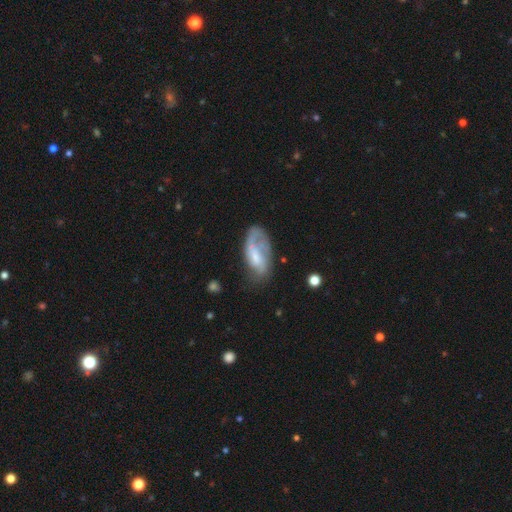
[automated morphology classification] This is possibly a featured or disk galaxy (59%). It is clearly not viewed edge-on (93%). Bar: marginally weak (44%). Spiral arm pattern: likely yes (78%). Central bulge: marginally small (43%). Merging: possibly none (46%).